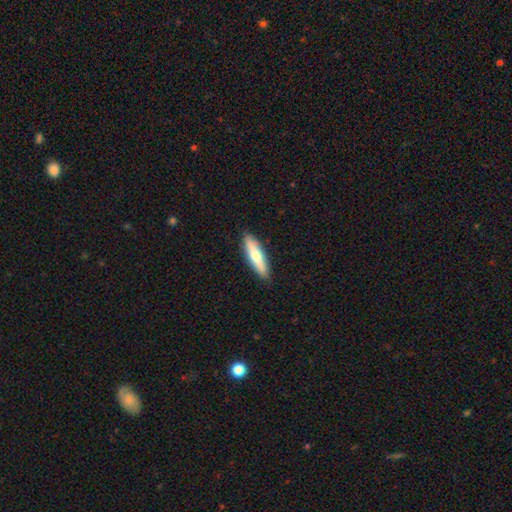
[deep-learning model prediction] Smooth or featured? smooth (59%)
How rounded? cigar-shaped (77%)
Merging? none (90%)